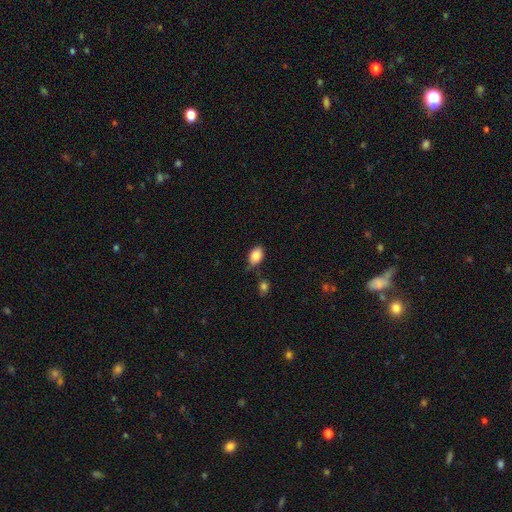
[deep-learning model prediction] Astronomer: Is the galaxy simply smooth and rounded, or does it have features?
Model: smooth — 84%.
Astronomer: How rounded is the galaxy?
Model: in between — 85%.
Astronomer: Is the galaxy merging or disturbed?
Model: none — 70%.